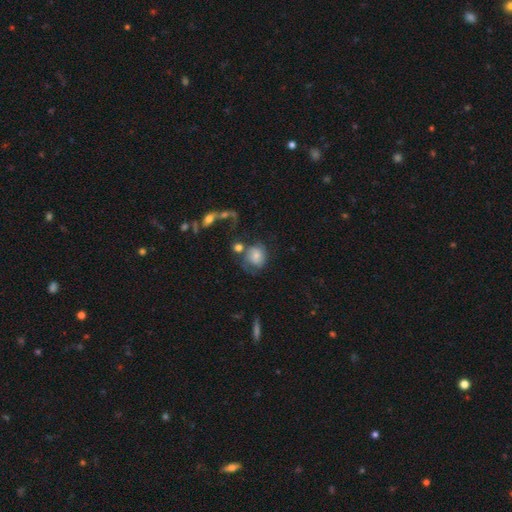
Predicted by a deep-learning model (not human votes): Overall: smooth (51%; featured or disk 39%). How rounded: round (67%; in between 32%). Merging: none (40%; major disturbance 21%).